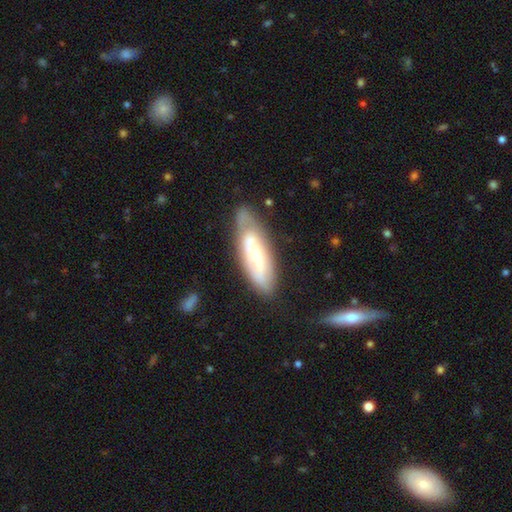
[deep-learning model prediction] smooth_or_featured: featured or disk (p=0.58) [alt: smooth p=0.36]
disk_edge_on: no (p=0.76) [alt: yes p=0.24]
merging: none (p=0.66) [alt: minor disturbance p=0.23]